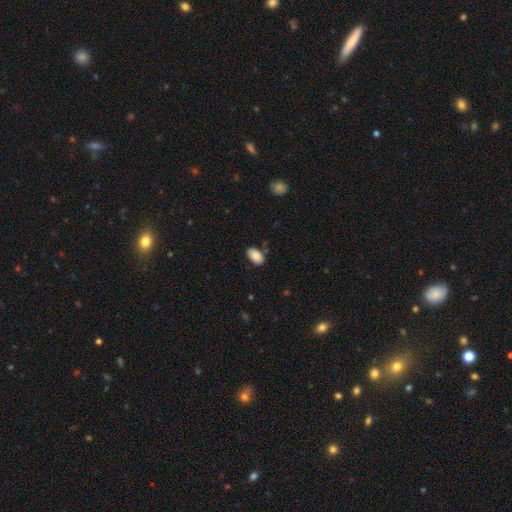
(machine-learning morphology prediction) Overall: smooth (86%). How rounded: in between (94%). Merging: none (81%).